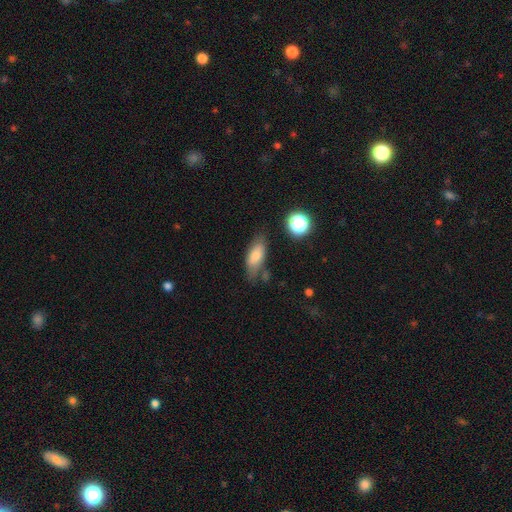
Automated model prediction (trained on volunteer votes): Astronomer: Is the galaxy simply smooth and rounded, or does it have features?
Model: smooth — 77%.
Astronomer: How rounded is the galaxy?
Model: in between — 77%.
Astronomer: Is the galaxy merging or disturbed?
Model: none — 62%.